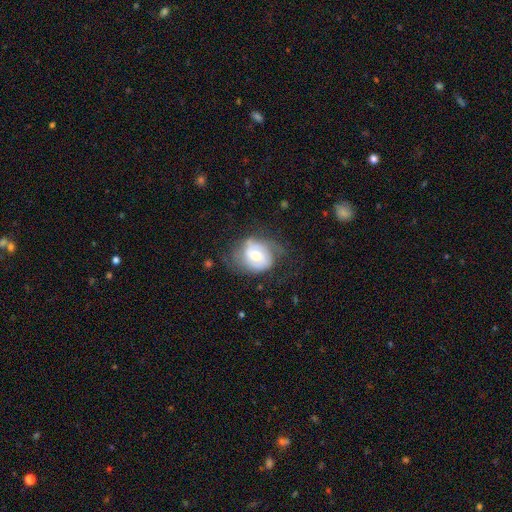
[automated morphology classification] A featured or disk galaxy (60%) with no bar (57%), spiral arms (78%) and a moderate central bulge (67%).

Vote fractions:
- Smooth or featured? featured or disk: 60% / smooth: 32% / star or artifact: 7%
- Edge-on disk? no: 96% / yes: 4%
- Bar? no: 57% / weak: 33% / strong: 10%
- Spiral arms? yes: 78% / no: 22%
- Bulge size? moderate: 67% / small: 24% / large: 7% / dominant: 1% / none: 1%
- Merging? none: 53% / minor disturbance: 27% / major disturbance: 19% / merger: 2%